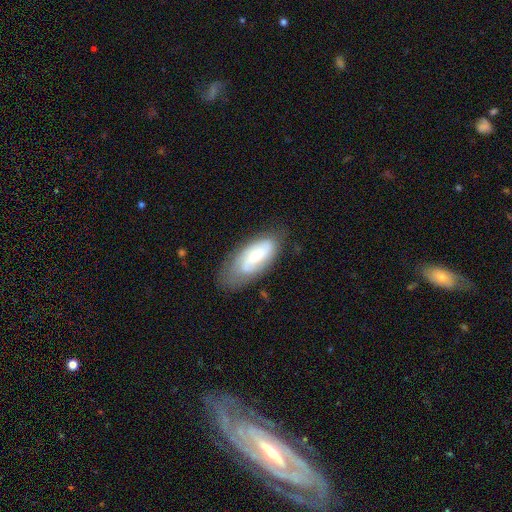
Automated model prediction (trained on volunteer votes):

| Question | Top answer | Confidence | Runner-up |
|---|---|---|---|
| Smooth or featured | featured or disk | 64% | smooth (30%) |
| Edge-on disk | no | 92% | yes (8%) |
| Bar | no | 47% | weak (39%) |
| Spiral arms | yes | 86% | no (14%) |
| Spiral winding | medium | 40% | tight (33%) |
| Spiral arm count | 2 | 66% | can't tell (21%) |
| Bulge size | small | 50% | moderate (43%) |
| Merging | none | 69% | minor disturbance (22%) |